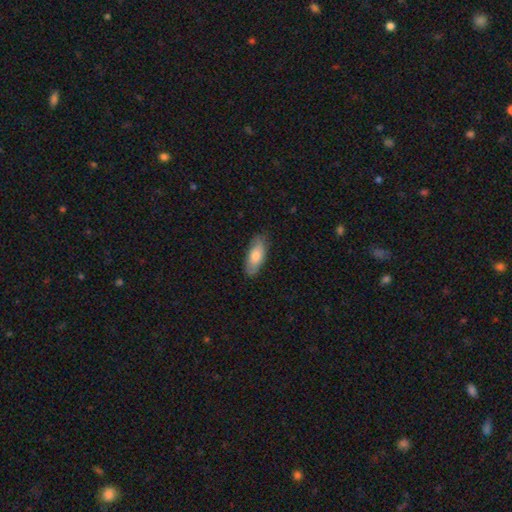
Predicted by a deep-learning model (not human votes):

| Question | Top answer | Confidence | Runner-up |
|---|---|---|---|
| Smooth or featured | smooth | 76% | featured or disk (18%) |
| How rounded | in between | 79% | cigar-shaped (19%) |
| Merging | none | 83% | minor disturbance (13%) |